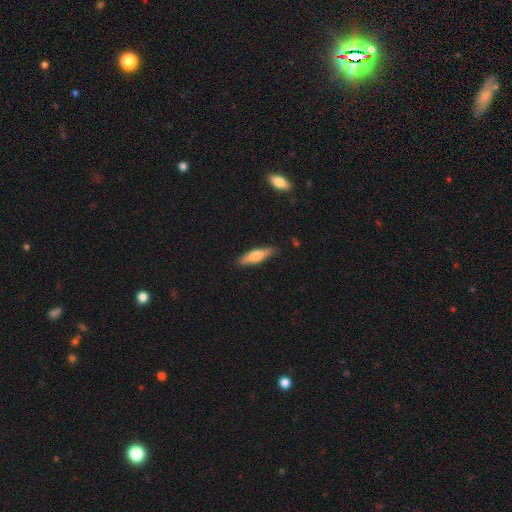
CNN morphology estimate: Overall: smooth (61%; featured or disk 33%). How rounded: cigar-shaped (68%; in between 30%). Merging: none (87%).